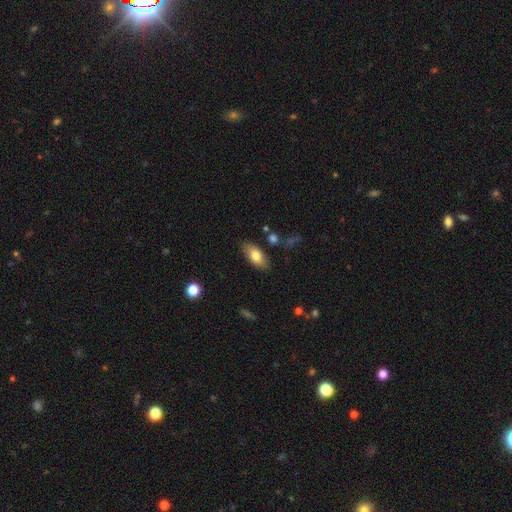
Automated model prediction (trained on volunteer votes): Morphology: type=smooth (75%); roundness=in between (88%); merging=none (84%).